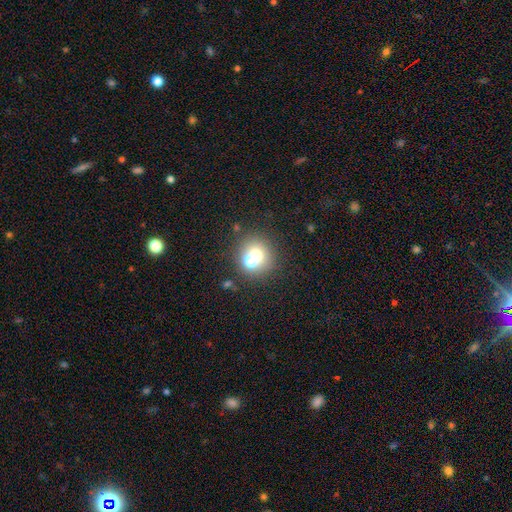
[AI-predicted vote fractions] The model was most divided on "merging": none: 48%, merger: 42%, minor disturbance: 7%, major disturbance: 3%. More confident: how rounded — round (87%); smooth or featured — smooth (65%).